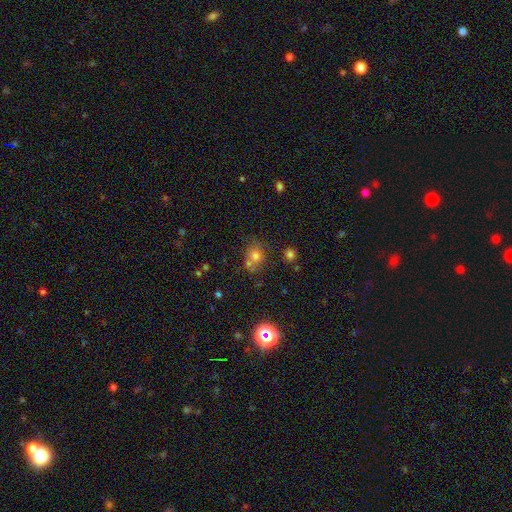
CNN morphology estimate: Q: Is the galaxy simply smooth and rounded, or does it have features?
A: smooth — 71%.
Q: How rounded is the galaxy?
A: round — 68%.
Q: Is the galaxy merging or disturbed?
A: none — 53%.